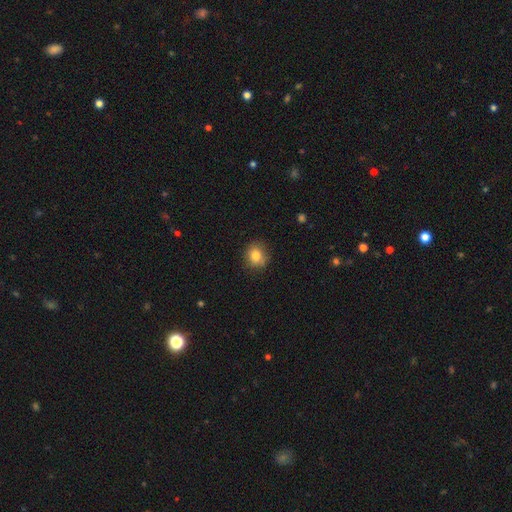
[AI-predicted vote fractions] Smooth or featured: smooth — 82% (star or artifact — 10%)
How rounded: round — 77% (in between — 22%)
Merging: none — 82% (minor disturbance — 14%)